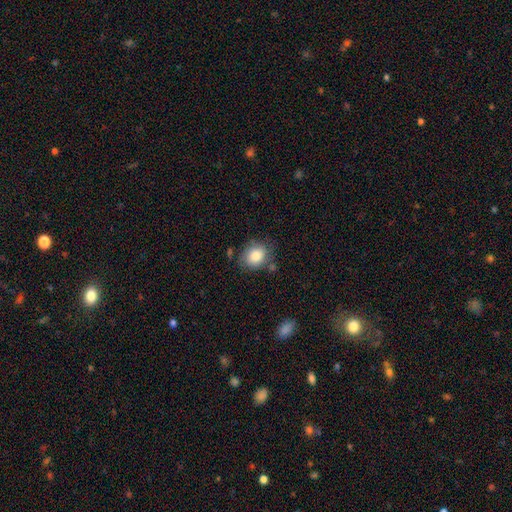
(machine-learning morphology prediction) The model was most divided on "how rounded": round: 57%, in between: 43%, cigar-shaped: 1%. More confident: smooth or featured — smooth (83%); merging — none (71%).